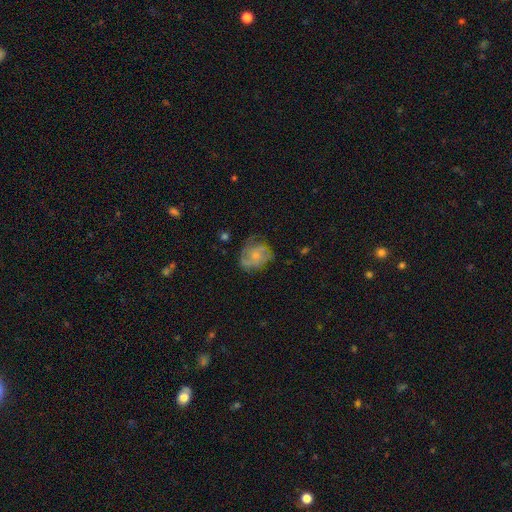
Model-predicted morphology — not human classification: Smooth or featured? featured or disk (51%)
Edge-on disk? no (97%)
Merging? none (58%)